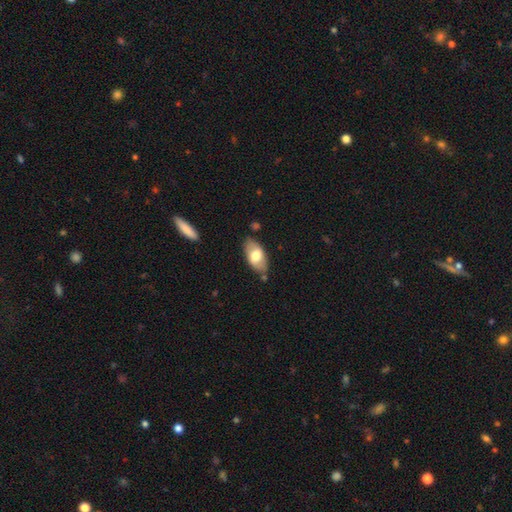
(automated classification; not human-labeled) smooth_or_featured: smooth (p=0.66) [alt: featured or disk p=0.28]
how_rounded: in between (p=0.93) [alt: cigar-shaped p=0.03]
merging: none (p=0.75) [alt: minor disturbance p=0.17]